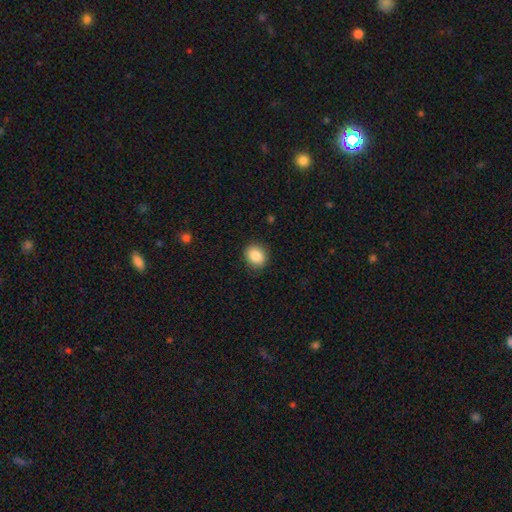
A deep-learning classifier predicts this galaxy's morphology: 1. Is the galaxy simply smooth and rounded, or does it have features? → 86% smooth, 9% star or artifact, 5% featured or disk.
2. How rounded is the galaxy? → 68% round, 31% in between, 1% cigar-shaped.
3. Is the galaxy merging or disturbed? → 88% none, 9% minor disturbance, 2% major disturbance, 1% merger.